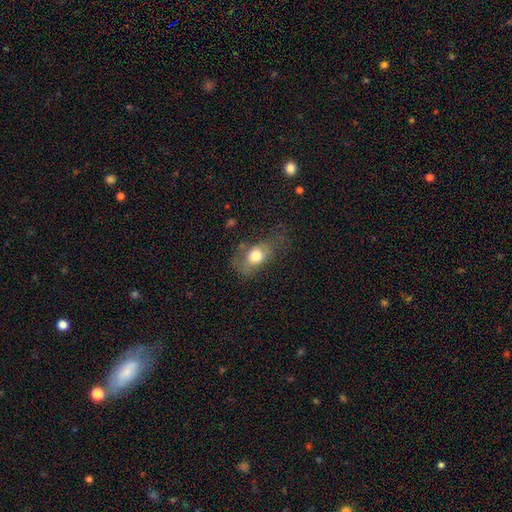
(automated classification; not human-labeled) Smooth or featured? Predicted: smooth (p=0.71). How rounded? Predicted: in between (p=0.69). Merging? Predicted: none (p=0.46).